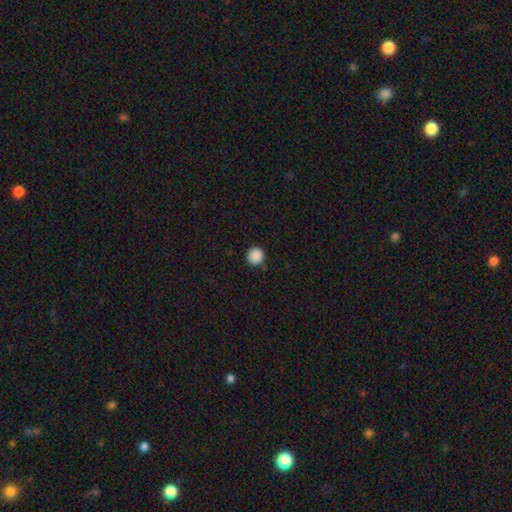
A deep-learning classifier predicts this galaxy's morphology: type=smooth (88%); roundness=round (95%); merging=none (90%).